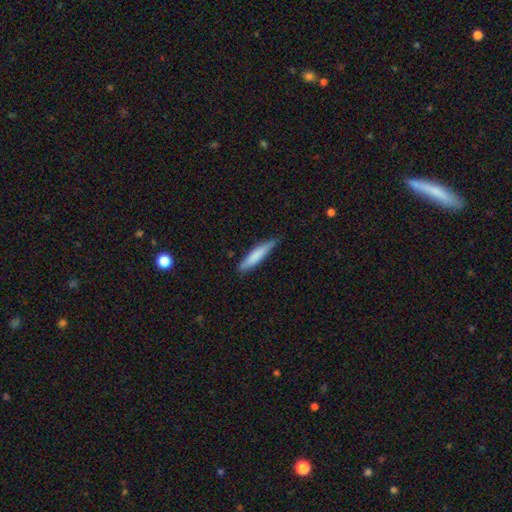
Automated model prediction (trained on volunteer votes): A smooth galaxy with no disk features (76%) that is cigar-shaped (87%).

Vote fractions:
- Smooth or featured? smooth: 76% / featured or disk: 19% / star or artifact: 5%
- How rounded? cigar-shaped: 87% / in between: 12% / round: 1%
- Merging? none: 78% / minor disturbance: 18% / major disturbance: 2% / merger: 1%